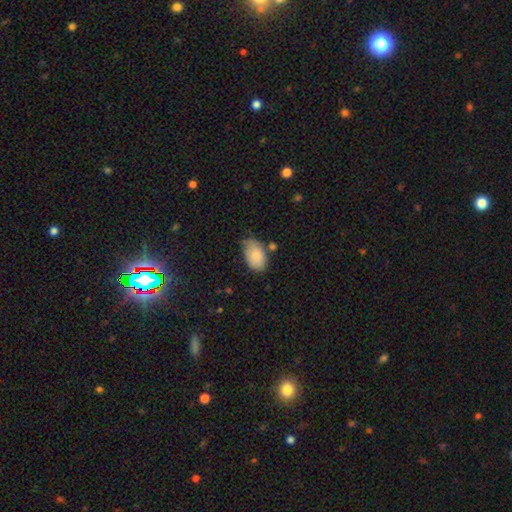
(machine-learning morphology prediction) smooth 86%, featured or disk 7%, star or artifact 7%. Down the decision tree: how rounded — in between (93%); merging — none (60%).